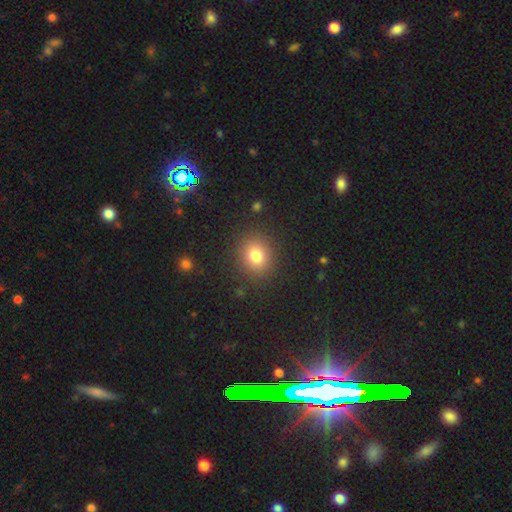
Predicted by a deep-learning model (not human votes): Smooth or featured? Predicted: smooth (p=0.78). How rounded? Predicted: round (p=0.74). Merging? Predicted: none (p=0.88).